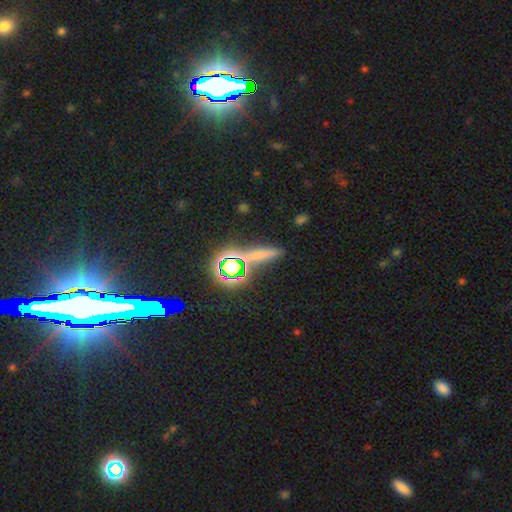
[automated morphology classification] Smooth or featured?
  - smooth: 45% *
  - star or artifact: 39%
  - featured or disk: 16%
Merging?
  - none: 75% *
  - minor disturbance: 12%
  - merger: 8%
  - major disturbance: 5%